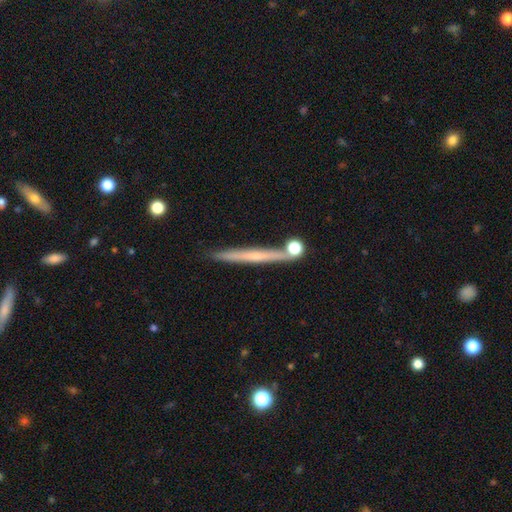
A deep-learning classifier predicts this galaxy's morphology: Smooth or featured?
  - featured or disk: 53% *
  - smooth: 39%
  - star or artifact: 7%
Edge-on disk?
  - yes: 96% *
  - no: 4%
Edge-on bulge?
  - none: 69% *
  - rounded: 25%
  - boxy: 5%
Merging?
  - none: 83% *
  - minor disturbance: 9%
  - merger: 6%
  - major disturbance: 2%